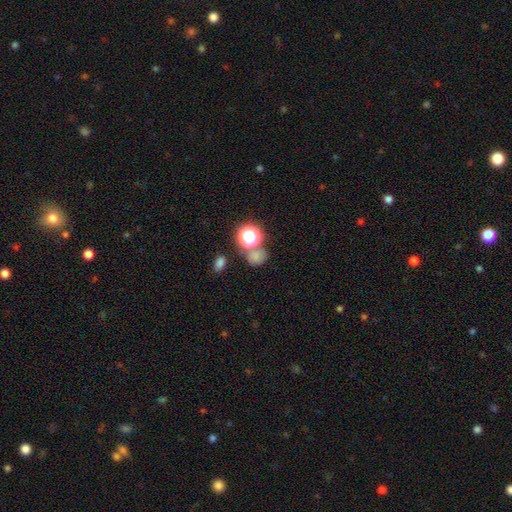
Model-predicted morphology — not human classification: This appears to be a smooth galaxy with no disk features (69%) that is round (73%). Merging: none (62%).